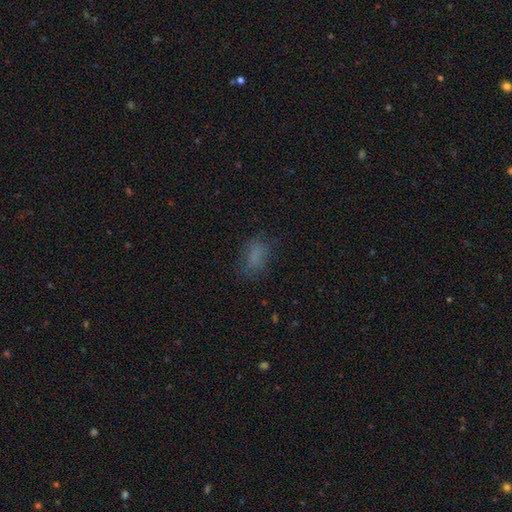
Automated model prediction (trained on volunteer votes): smooth 72%, star or artifact 15%, featured or disk 13%. Down the decision tree: how rounded — in between (81%); merging — none (67%).